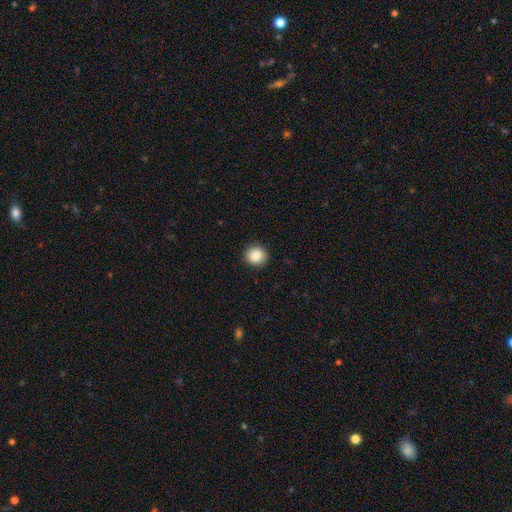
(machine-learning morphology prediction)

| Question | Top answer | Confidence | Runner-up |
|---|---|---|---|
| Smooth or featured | smooth | 87% | star or artifact (9%) |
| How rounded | round | 89% | in between (10%) |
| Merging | none | 92% | minor disturbance (6%) |